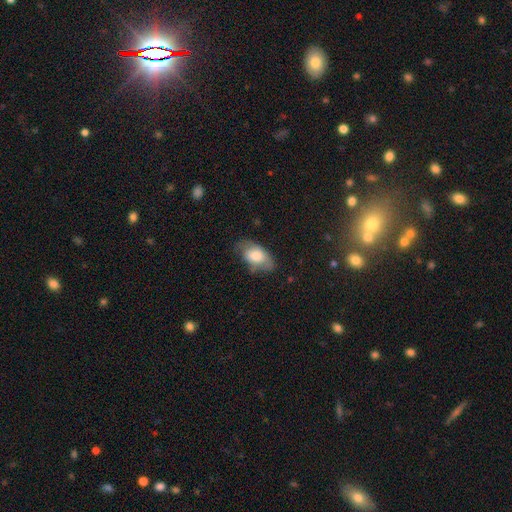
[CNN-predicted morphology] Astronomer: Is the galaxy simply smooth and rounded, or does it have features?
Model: smooth — 71%.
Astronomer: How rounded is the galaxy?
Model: in between — 92%.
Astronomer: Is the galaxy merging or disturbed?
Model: none — 55% (runner-up: minor disturbance, 31%).